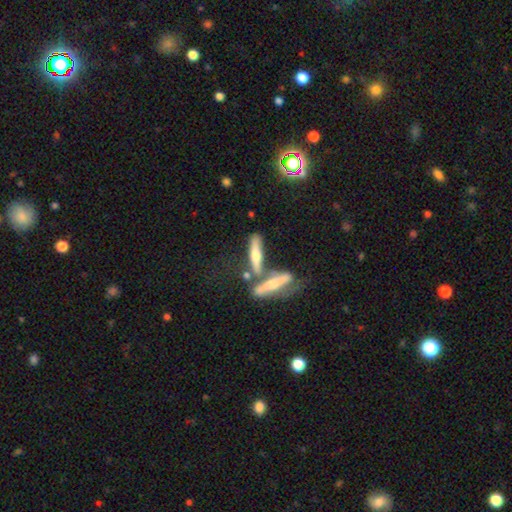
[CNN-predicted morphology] Smooth or featured? Predicted: featured or disk (p=0.51). Edge-on disk? Predicted: yes (p=0.84). Merging? Predicted: none (p=0.44).